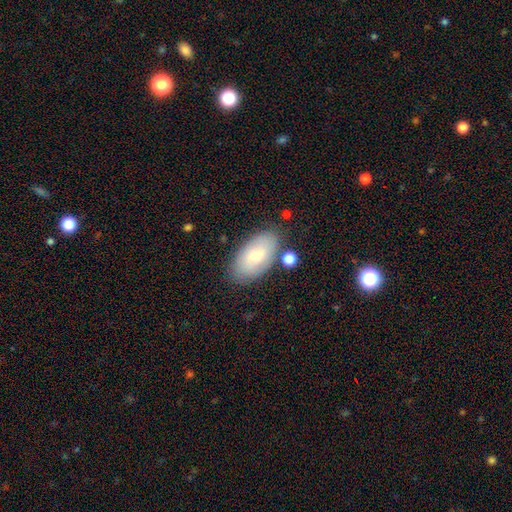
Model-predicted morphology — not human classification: Smooth or featured: smooth — 65% (featured or disk — 28%)
How rounded: in between — 94% (round — 4%)
Merging: none — 79% (minor disturbance — 13%)